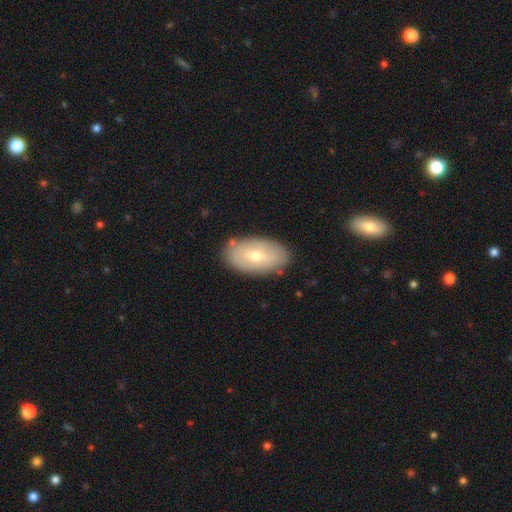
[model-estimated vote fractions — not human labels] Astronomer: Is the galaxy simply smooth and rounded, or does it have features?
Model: smooth — 54% (runner-up: featured or disk, 39%).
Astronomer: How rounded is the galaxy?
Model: in between — 93%.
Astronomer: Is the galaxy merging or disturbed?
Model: none — 84%.